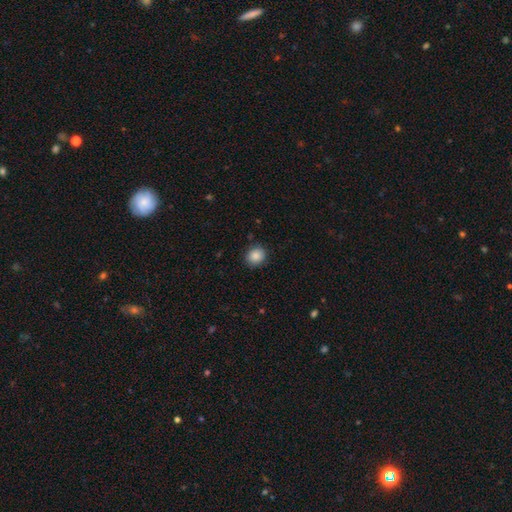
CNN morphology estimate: A smooth galaxy with no disk features (87%) that is round (76%).

Vote fractions:
- Smooth or featured? smooth: 87% / star or artifact: 9% / featured or disk: 4%
- How rounded? round: 76% / in between: 23% / cigar-shaped: 1%
- Merging? none: 87% / minor disturbance: 10% / major disturbance: 2% / merger: 1%